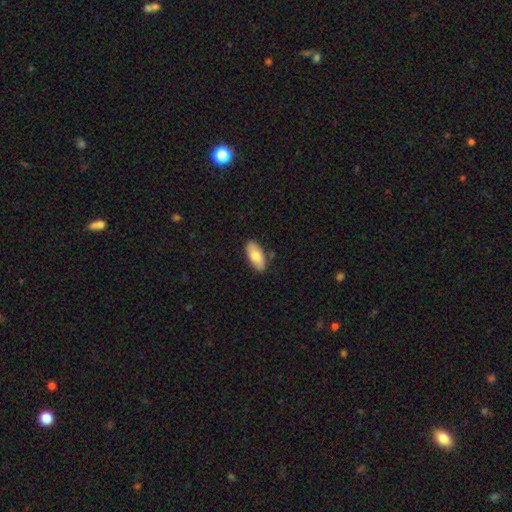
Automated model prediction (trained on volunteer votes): smooth_or_featured: smooth (p=0.77) [alt: featured or disk p=0.17]
how_rounded: in between (p=0.87) [alt: cigar-shaped p=0.10]
merging: none (p=0.83) [alt: minor disturbance p=0.13]